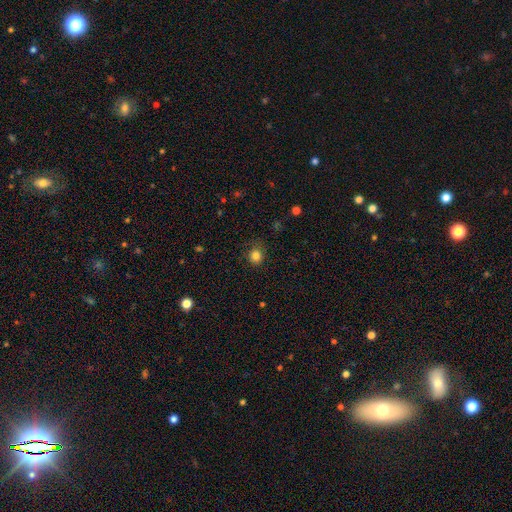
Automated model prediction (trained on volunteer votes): A smooth galaxy with no disk features (83%) that is round (79%).

Vote fractions:
- Smooth or featured? smooth: 83% / star or artifact: 12% / featured or disk: 5%
- How rounded? round: 79% / in between: 20% / cigar-shaped: 1%
- Merging? none: 80% / minor disturbance: 15% / major disturbance: 5% / merger: 1%